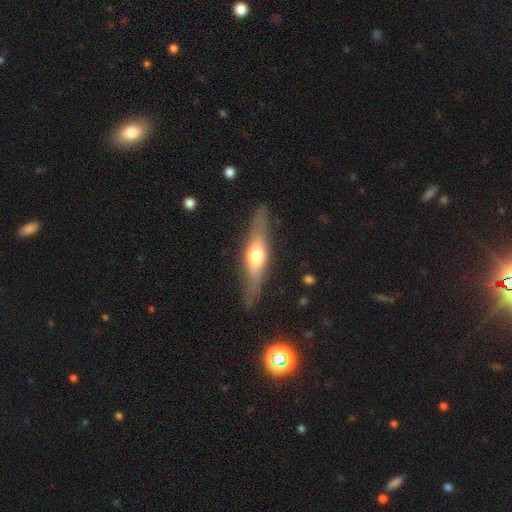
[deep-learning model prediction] smooth-or-featured: featured or disk: 59% | smooth: 35% | star or artifact: 5%
  disk-edge-on: yes: 89% | no: 11%
    edge-on-bulge: rounded: 91% | boxy: 5% | none: 4%
  merging: none: 84% | minor disturbance: 11% | major disturbance: 3% | merger: 1%